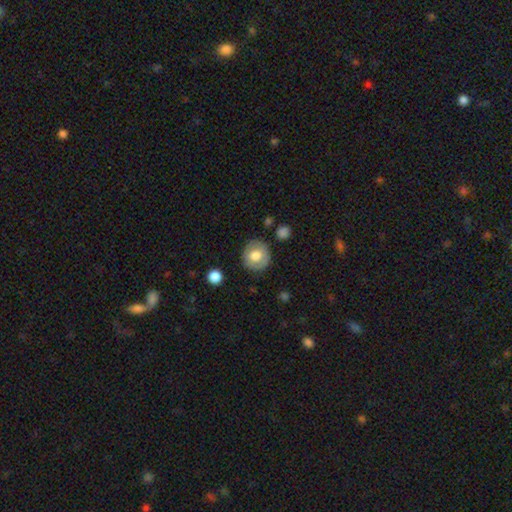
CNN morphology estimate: A smooth galaxy with no disk features (69%) that is round (89%). Merging: none (82%).